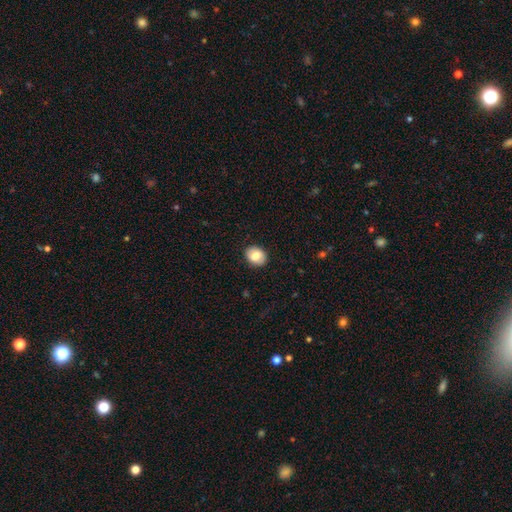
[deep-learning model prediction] A smooth galaxy with no disk features (80%) that is in between round and cigar-shaped (53%). Merging: none (89%).